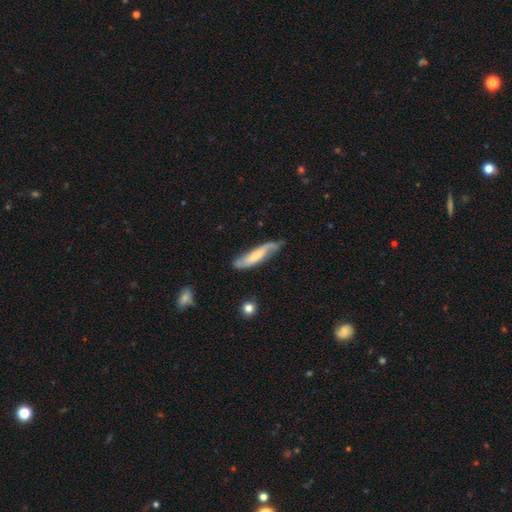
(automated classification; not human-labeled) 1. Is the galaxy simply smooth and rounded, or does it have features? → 55% featured or disk, 39% smooth, 6% star or artifact.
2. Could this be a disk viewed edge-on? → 70% no, 30% yes.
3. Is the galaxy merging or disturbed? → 61% none, 28% minor disturbance, 9% major disturbance, 3% merger.